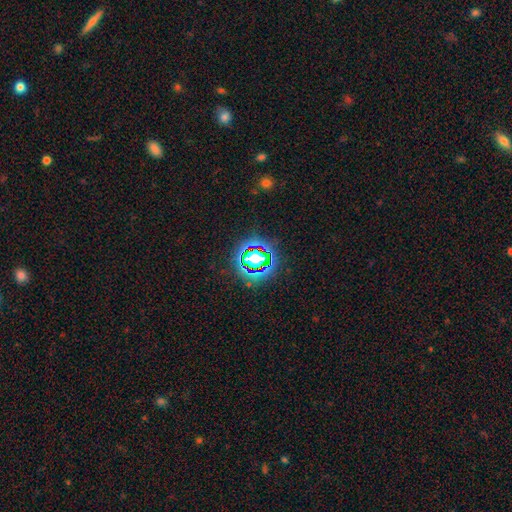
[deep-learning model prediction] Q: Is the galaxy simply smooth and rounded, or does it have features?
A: star or artifact — 78%.